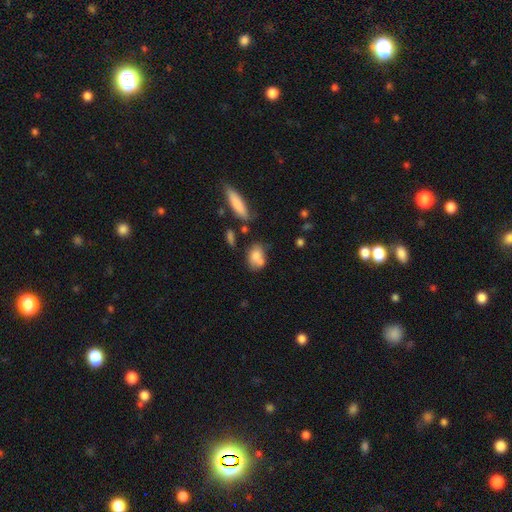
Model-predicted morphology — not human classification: Smooth or featured: smooth — 76% (featured or disk — 15%)
How rounded: in between — 75% (round — 22%)
Merging: none — 42% (merger — 34%)